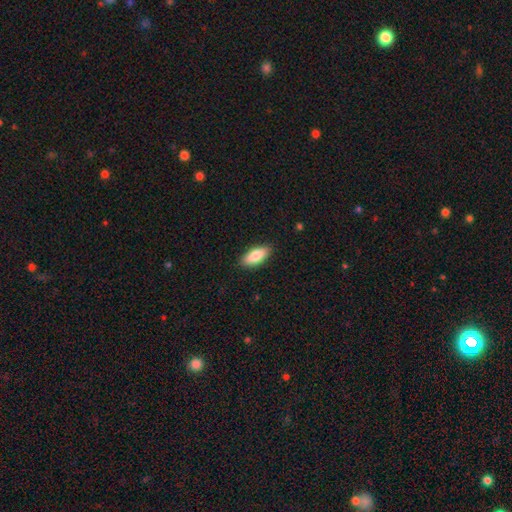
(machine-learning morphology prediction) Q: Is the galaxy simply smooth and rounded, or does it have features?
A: smooth — 80%.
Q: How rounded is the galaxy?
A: in between — 78%.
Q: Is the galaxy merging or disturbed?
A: none — 89%.